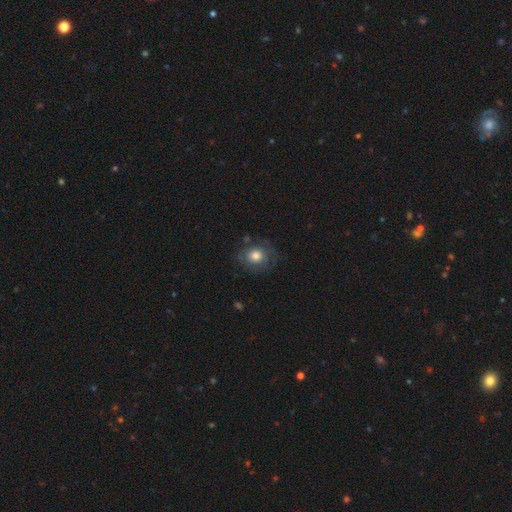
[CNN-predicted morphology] Q: Smooth or featured?
A: smooth (70%); runner-up: featured or disk (20%)
Q: How rounded?
A: round (77%); runner-up: in between (22%)
Q: Merging?
A: none (71%); runner-up: minor disturbance (19%)